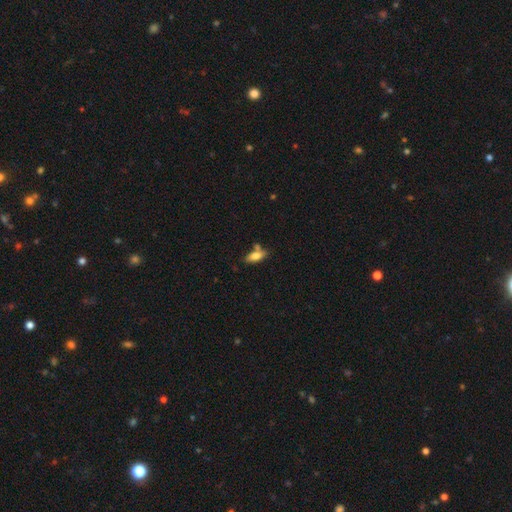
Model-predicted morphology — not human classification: A smooth galaxy with no disk features (75%) that is in between round and cigar-shaped (77%).

Vote fractions:
- Smooth or featured? smooth: 75% / featured or disk: 17% / star or artifact: 7%
- How rounded? in between: 77% / cigar-shaped: 21% / round: 3%
- Merging? none: 63% / merger: 17% / minor disturbance: 16% / major disturbance: 4%